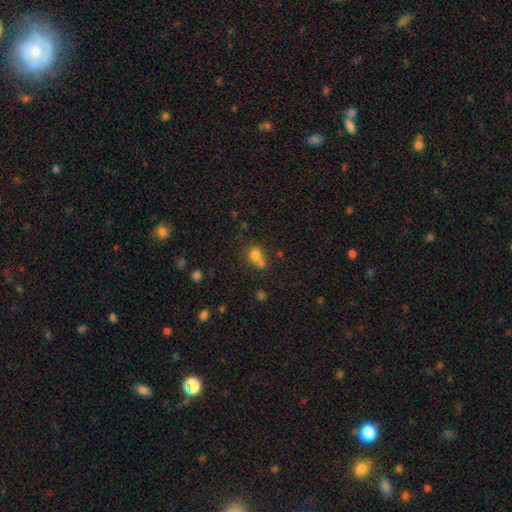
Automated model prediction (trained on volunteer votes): smooth 76%, star or artifact 14%, featured or disk 10%. Down the decision tree: how rounded — round (67%); merging — merger (45%).